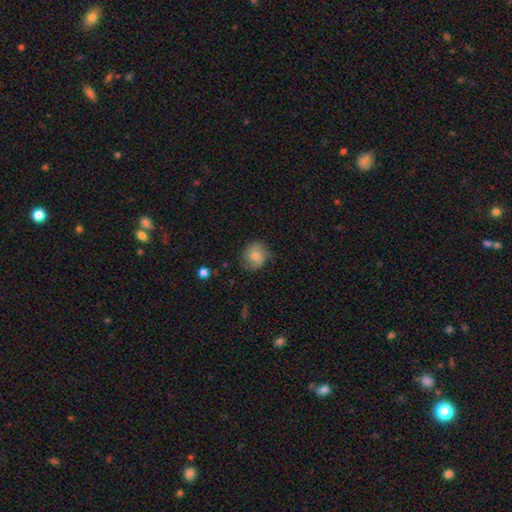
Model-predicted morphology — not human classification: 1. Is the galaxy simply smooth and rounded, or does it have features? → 65% smooth, 27% featured or disk, 8% star or artifact.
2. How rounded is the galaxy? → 79% round, 21% in between, 1% cigar-shaped.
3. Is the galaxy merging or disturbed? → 67% none, 24% minor disturbance, 8% major disturbance, 1% merger.